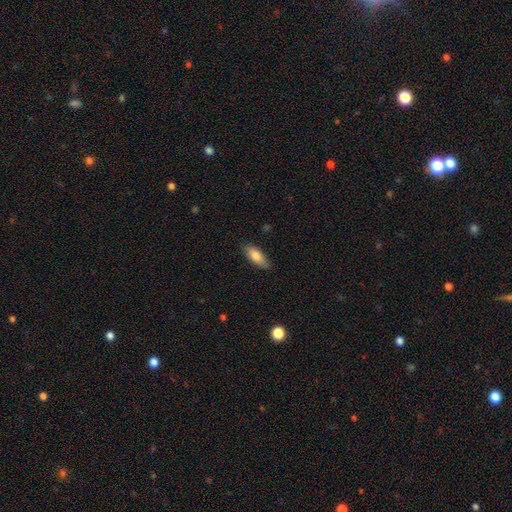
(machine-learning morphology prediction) type=smooth (81%); roundness=in between (78%); merging=none (81%).